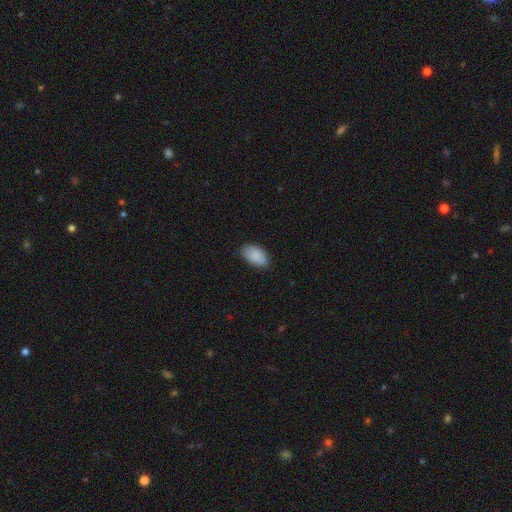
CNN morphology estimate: smooth-or-featured: smooth: 90% | star or artifact: 6% | featured or disk: 4%
  how-rounded: in between: 94% | round: 4% | cigar-shaped: 2%
  merging: none: 83% | minor disturbance: 14% | major disturbance: 2% | merger: 1%